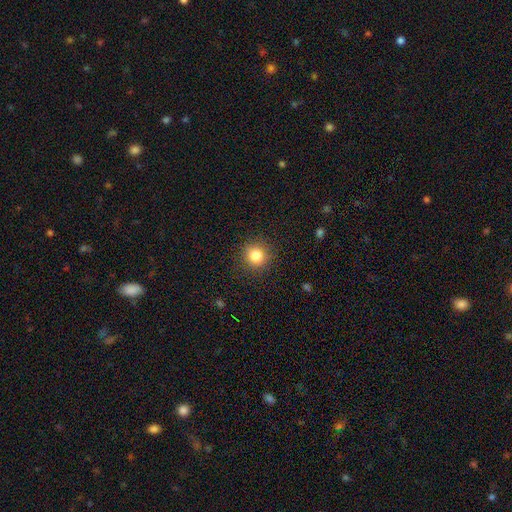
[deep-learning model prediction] Overall: smooth (84%). How rounded: round (92%). Merging: none (89%).